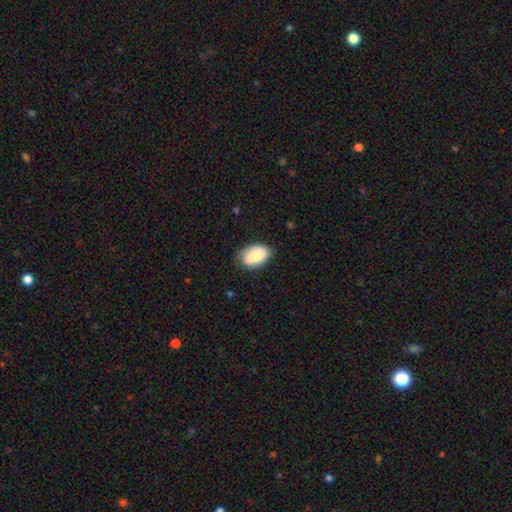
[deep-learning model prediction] smooth_or_featured: smooth (p=0.76) [alt: featured or disk p=0.17]
how_rounded: in between (p=0.91) [alt: round p=0.07]
merging: none (p=0.73) [alt: minor disturbance p=0.21]